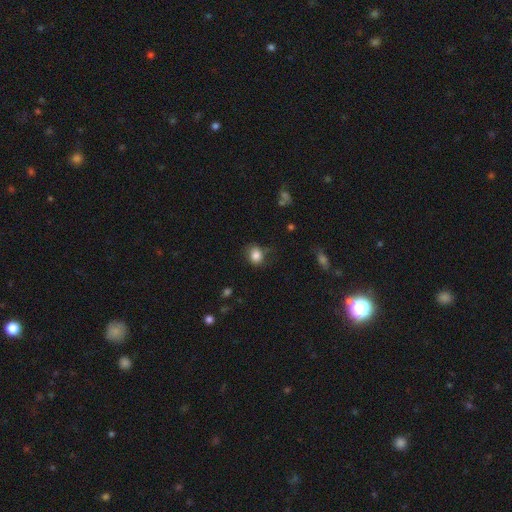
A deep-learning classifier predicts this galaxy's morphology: This is clearly a smooth galaxy (83%). How rounded: likely round (63%). Merging: likely none (67%).